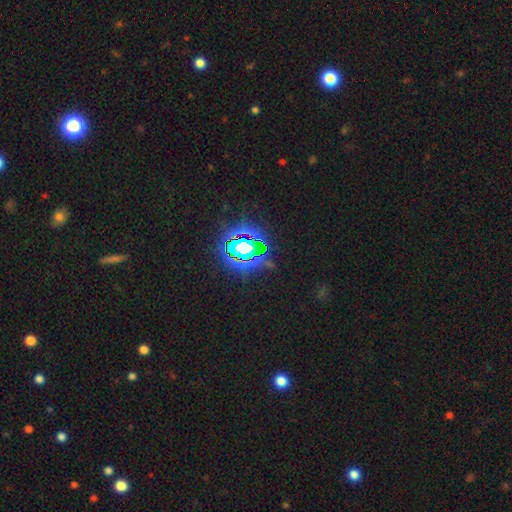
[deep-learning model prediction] A star or artifact, not a galaxy (80%).